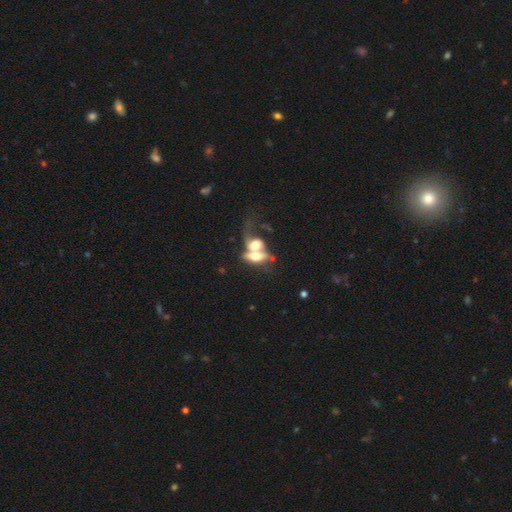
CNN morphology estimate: smooth 46%, featured or disk 45%, star or artifact 9%. Down the decision tree: merging — merger (77%).